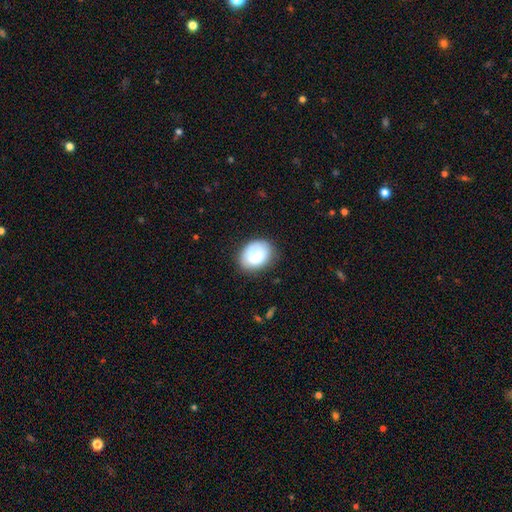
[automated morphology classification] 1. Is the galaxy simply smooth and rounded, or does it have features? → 77% smooth, 16% featured or disk, 7% star or artifact.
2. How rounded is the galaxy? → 65% in between, 34% round, 1% cigar-shaped.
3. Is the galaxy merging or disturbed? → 72% none, 20% minor disturbance, 6% major disturbance, 2% merger.